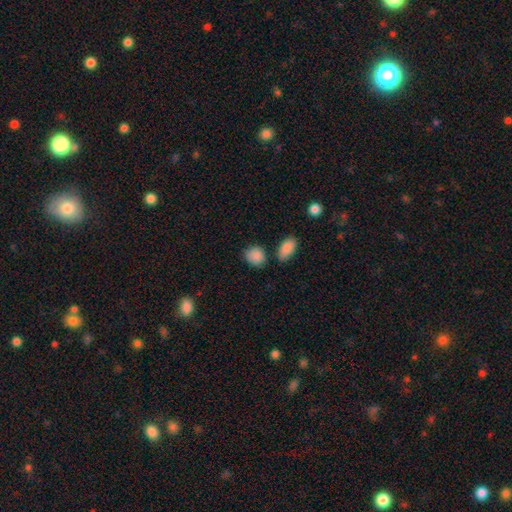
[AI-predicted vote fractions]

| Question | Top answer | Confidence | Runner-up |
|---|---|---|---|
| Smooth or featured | smooth | 88% | star or artifact (8%) |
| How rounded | round | 62% | in between (36%) |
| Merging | none | 73% | minor disturbance (15%) |